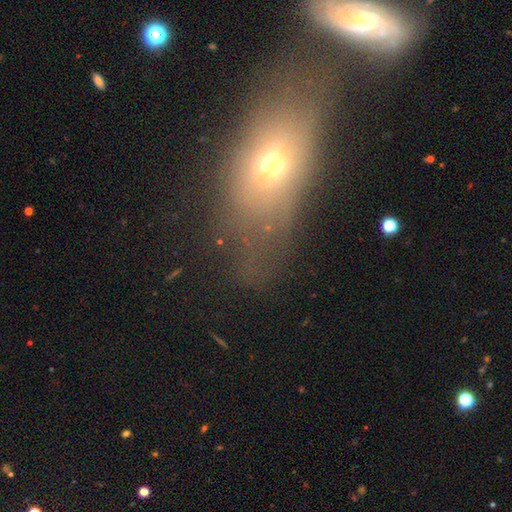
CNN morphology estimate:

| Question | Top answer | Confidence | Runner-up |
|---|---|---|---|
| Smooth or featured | smooth | 51% | featured or disk (25%) |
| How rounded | in between | 68% | round (21%) |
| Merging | none | 50% | major disturbance (22%) |